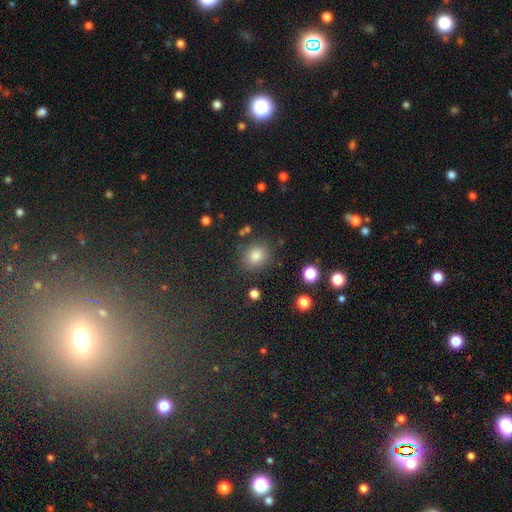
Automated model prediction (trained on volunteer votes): smooth 80%, star or artifact 13%, featured or disk 6%. Down the decision tree: how rounded — round (73%); merging — none (83%).